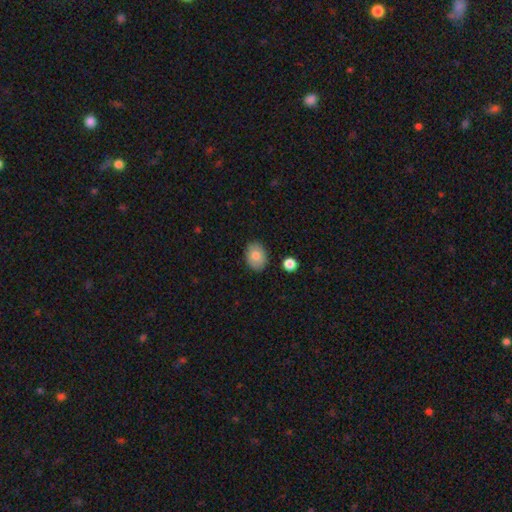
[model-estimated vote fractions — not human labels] A smooth galaxy with no disk features (80%) that is in between round and cigar-shaped (68%).

Vote fractions:
- Smooth or featured? smooth: 80% / featured or disk: 13% / star or artifact: 7%
- How rounded? in between: 68% / round: 31% / cigar-shaped: 1%
- Merging? none: 85% / minor disturbance: 11% / major disturbance: 2% / merger: 2%